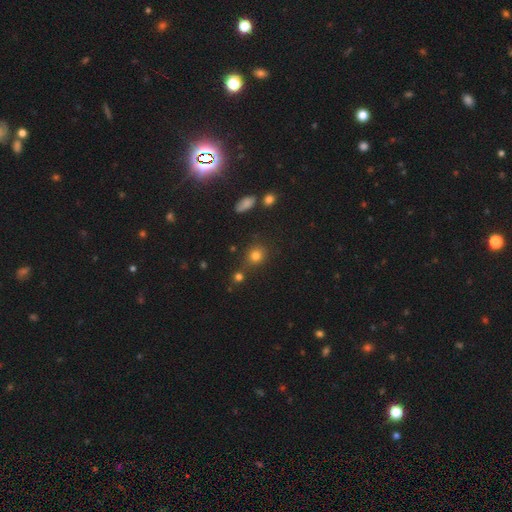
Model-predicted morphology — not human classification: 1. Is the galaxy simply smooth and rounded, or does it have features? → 77% smooth, 16% star or artifact, 7% featured or disk.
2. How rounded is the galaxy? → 79% round, 19% in between, 1% cigar-shaped.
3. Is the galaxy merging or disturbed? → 73% none, 12% merger, 11% minor disturbance, 4% major disturbance.